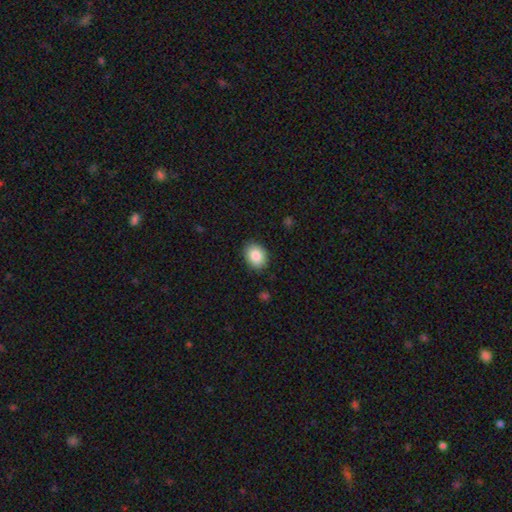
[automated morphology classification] The model was most divided on "how rounded": in between: 64%, round: 35%, cigar-shaped: 1%. More confident: merging — none (88%); smooth or featured — smooth (87%).